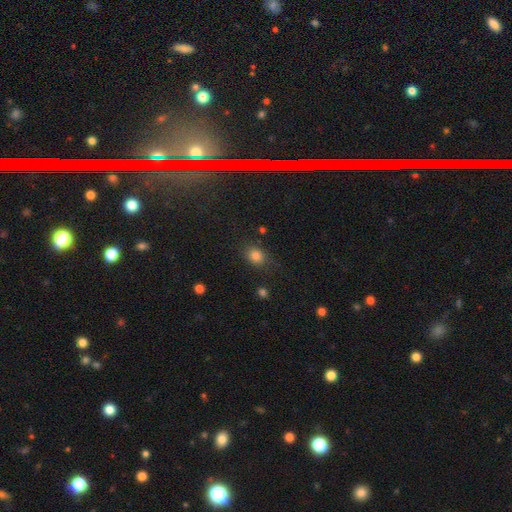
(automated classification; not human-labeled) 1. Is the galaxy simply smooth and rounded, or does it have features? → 82% smooth, 12% star or artifact, 6% featured or disk.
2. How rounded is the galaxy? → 52% round, 47% in between, 1% cigar-shaped.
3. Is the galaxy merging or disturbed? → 76% none, 15% minor disturbance, 6% major disturbance, 3% merger.